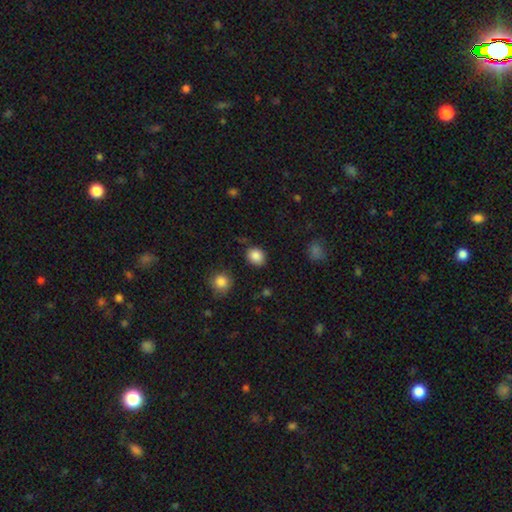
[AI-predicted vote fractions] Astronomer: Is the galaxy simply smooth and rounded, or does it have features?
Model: smooth — 87%.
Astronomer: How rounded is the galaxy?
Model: round — 64%.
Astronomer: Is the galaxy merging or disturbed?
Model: none — 83%.